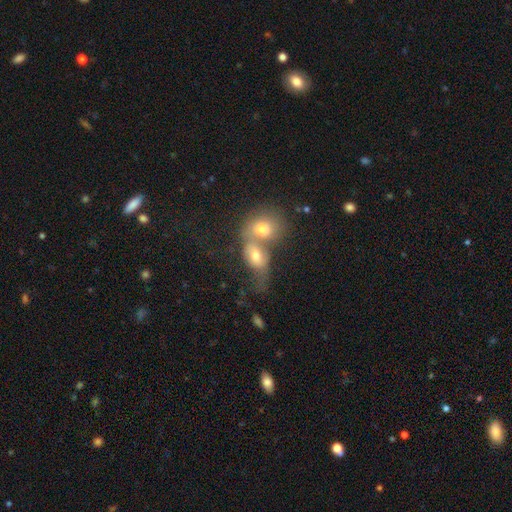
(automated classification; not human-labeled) Smooth or featured? Predicted: smooth (p=0.66). How rounded? Predicted: in between (p=0.69). Merging? Predicted: merger (p=0.71).